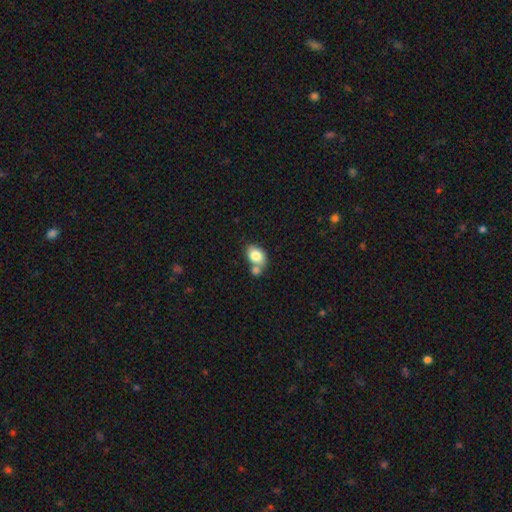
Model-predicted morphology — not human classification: Smooth or featured?
  - smooth: 81% *
  - featured or disk: 11%
  - star or artifact: 8%
How rounded?
  - in between: 79% *
  - round: 20%
  - cigar-shaped: 1%
Merging?
  - merger: 42% *
  - none: 41%
  - minor disturbance: 13%
  - major disturbance: 4%